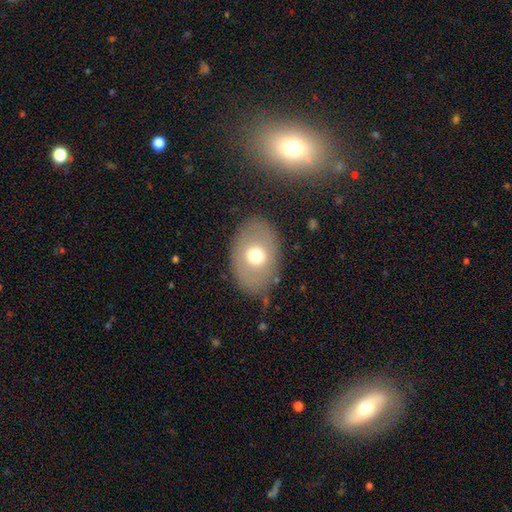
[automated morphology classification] Q: Smooth or featured?
A: smooth (63%); runner-up: featured or disk (28%)
Q: How rounded?
A: in between (75%); runner-up: round (24%)
Q: Merging?
A: none (77%); runner-up: minor disturbance (14%)